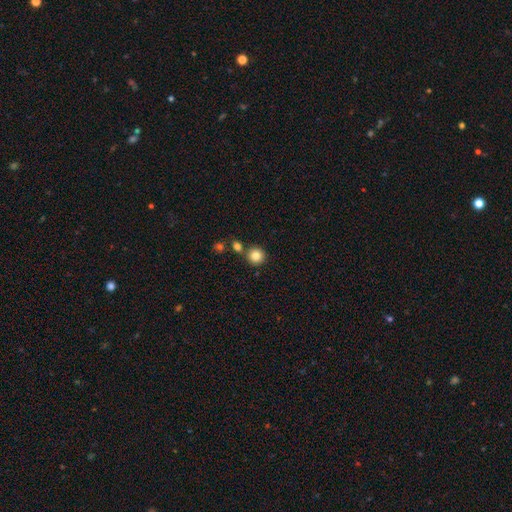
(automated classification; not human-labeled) This appears to be a smooth galaxy with no disk features (83%) that is round (93%). Merging: none (79%).